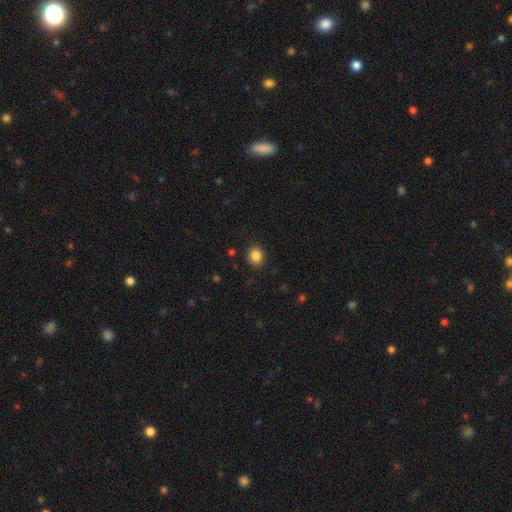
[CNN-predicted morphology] Smooth or featured? smooth (86%)
How rounded? round (65%)
Merging? none (89%)